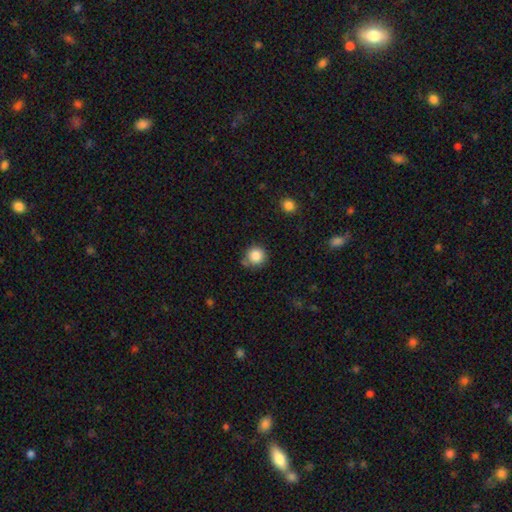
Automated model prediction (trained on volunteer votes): This is clearly a smooth galaxy (85%). How rounded: clearly round (94%). Merging: likely none (77%).